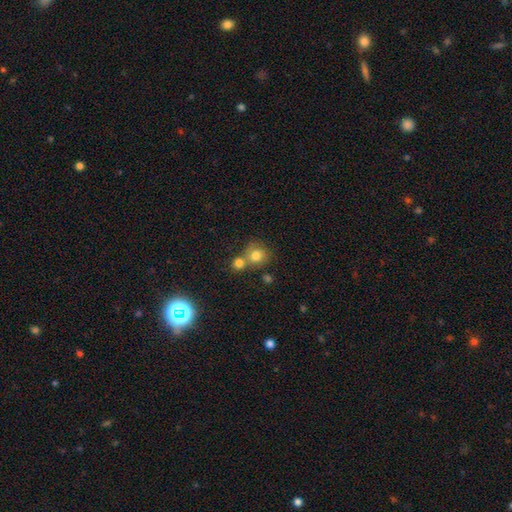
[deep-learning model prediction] Smooth or featured: smooth — 79% (star or artifact — 11%)
How rounded: round — 83% (in between — 16%)
Merging: none — 46% (merger — 40%)